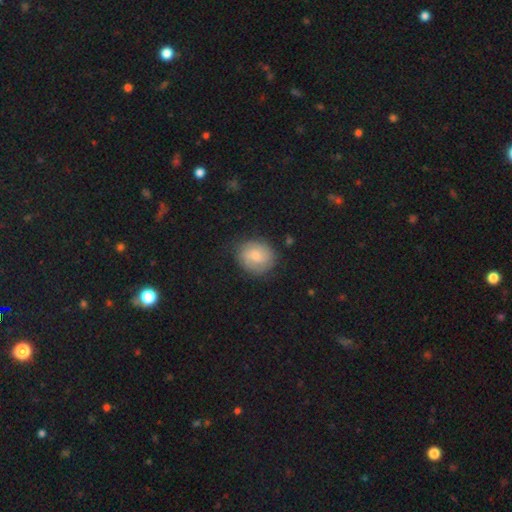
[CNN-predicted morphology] Smooth or featured?
  - smooth: 54% *
  - featured or disk: 38%
  - star or artifact: 7%
How rounded?
  - round: 74% *
  - in between: 25%
  - cigar-shaped: 1%
Merging?
  - none: 75% *
  - minor disturbance: 18%
  - major disturbance: 6%
  - merger: 2%